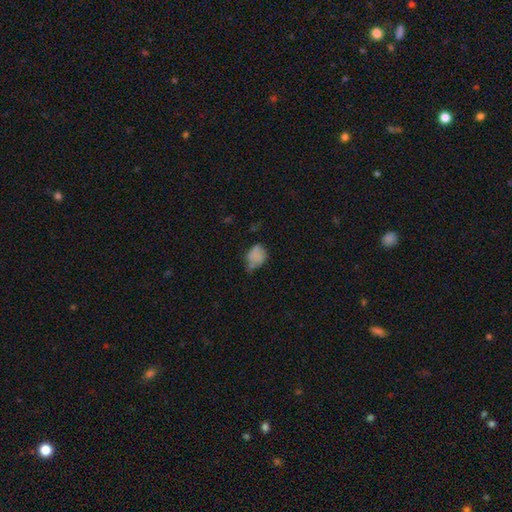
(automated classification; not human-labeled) Smooth or featured? Predicted: smooth (p=0.73). How rounded? Predicted: in between (p=0.61). Merging? Predicted: none (p=0.37).